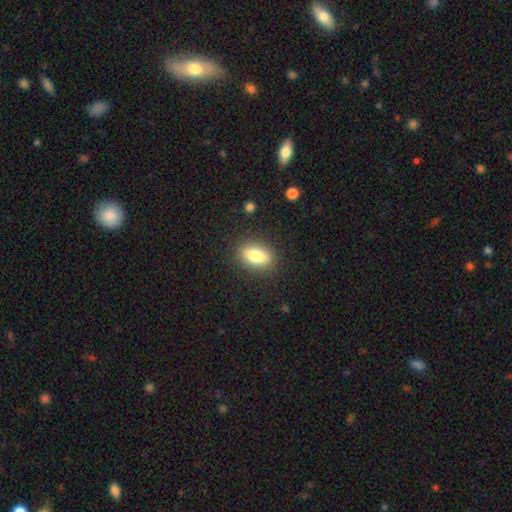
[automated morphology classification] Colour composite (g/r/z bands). It shows a smooth galaxy with no disk features (82%) that is in between round and cigar-shaped (85%). Merging: none (87%).